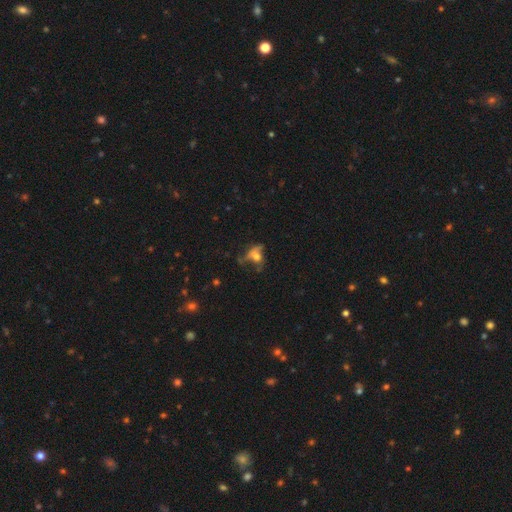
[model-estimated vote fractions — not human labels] smooth-or-featured: featured or disk: 42% | smooth: 38% | star or artifact: 20%
  merging: major disturbance: 40% | none: 34% | minor disturbance: 19% | merger: 7%